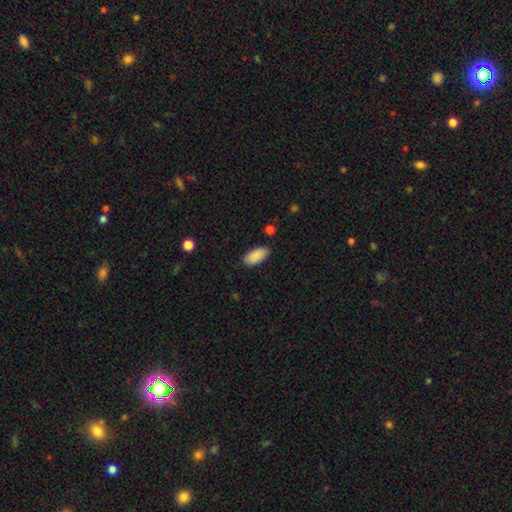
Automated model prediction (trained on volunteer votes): Smooth or featured? Predicted: smooth (p=0.90). How rounded? Predicted: in between (p=0.91). Merging? Predicted: none (p=0.86).